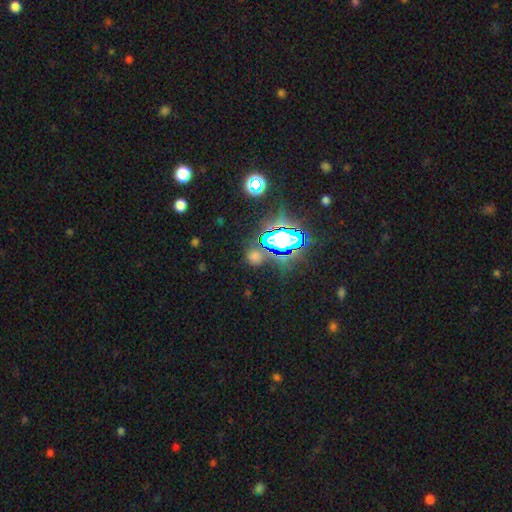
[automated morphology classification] Overall: star or artifact (58%; smooth 33%).